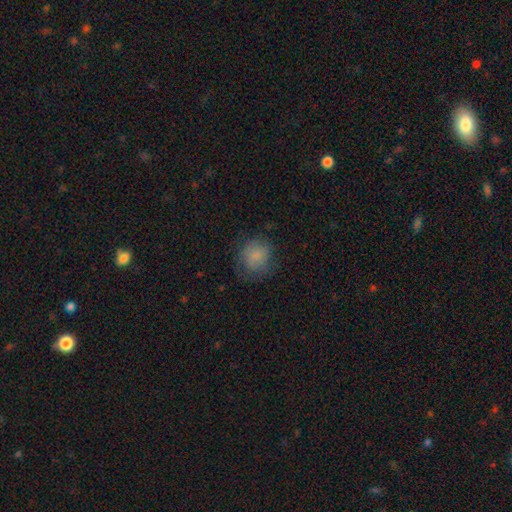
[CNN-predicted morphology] smooth_or_featured: smooth (p=0.81) [alt: featured or disk p=0.10]
how_rounded: round (p=0.83) [alt: in between p=0.16]
merging: none (p=0.69) [alt: minor disturbance p=0.20]